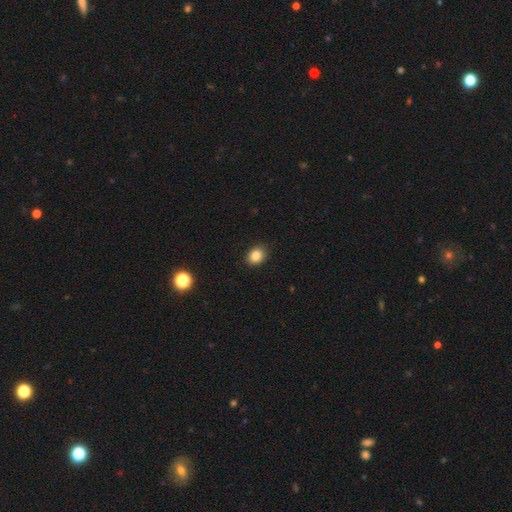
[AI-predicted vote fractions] This is clearly a smooth galaxy (86%). How rounded: possibly in between (50%). Merging: clearly none (87%).